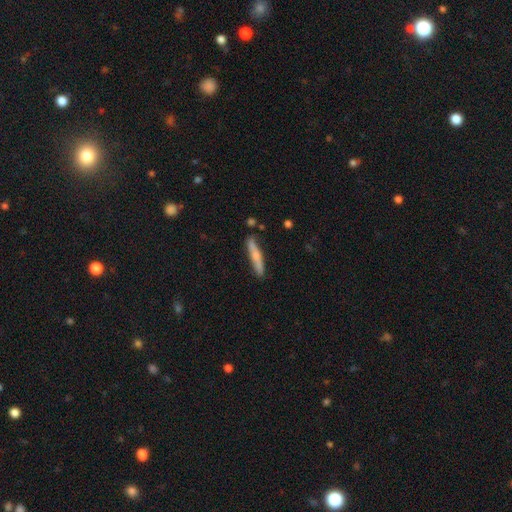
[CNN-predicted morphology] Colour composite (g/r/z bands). It shows a smooth galaxy with no disk features (57%) that is cigar-shaped (92%). Merging: none (84%).